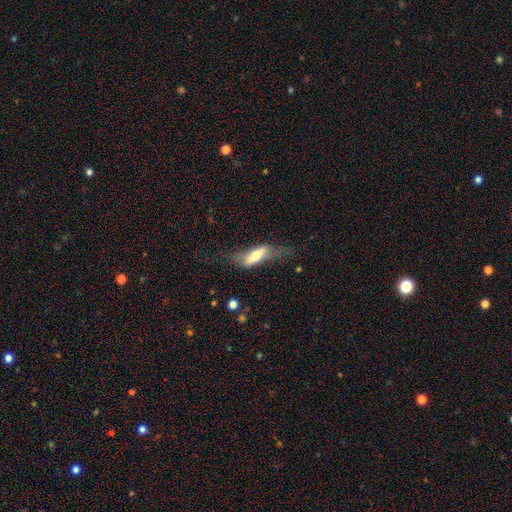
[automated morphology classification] Smooth or featured? smooth (48%)
Merging? none (45%)